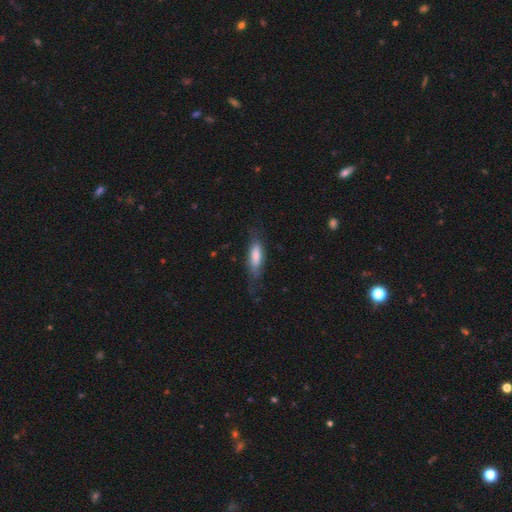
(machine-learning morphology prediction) smooth_or_featured: smooth (p=0.69) [alt: featured or disk p=0.25]
how_rounded: in between (p=0.50) [alt: cigar-shaped p=0.48]
merging: none (p=0.62) [alt: minor disturbance p=0.26]